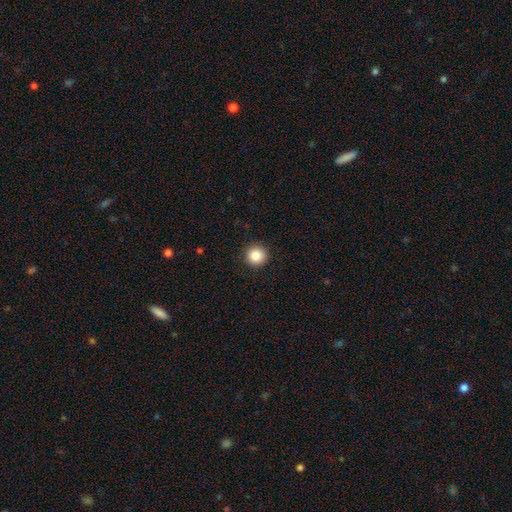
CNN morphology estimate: Smooth or featured? Predicted: smooth (p=0.86). How rounded? Predicted: round (p=0.96). Merging? Predicted: none (p=0.93).